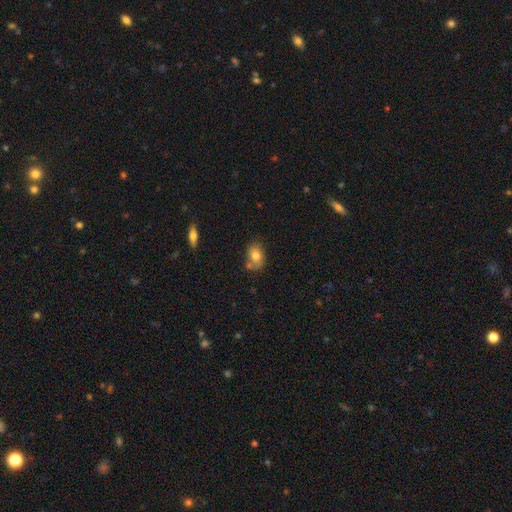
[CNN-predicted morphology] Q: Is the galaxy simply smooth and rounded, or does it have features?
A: smooth — 75%.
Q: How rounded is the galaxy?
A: in between — 73%.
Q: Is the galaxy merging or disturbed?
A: none — 58%.